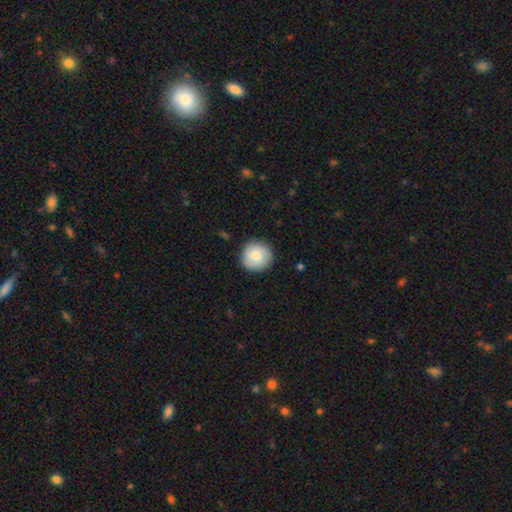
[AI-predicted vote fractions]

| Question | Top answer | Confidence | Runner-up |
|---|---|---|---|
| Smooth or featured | smooth | 73% | featured or disk (20%) |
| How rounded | round | 95% | in between (4%) |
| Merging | none | 88% | minor disturbance (9%) |